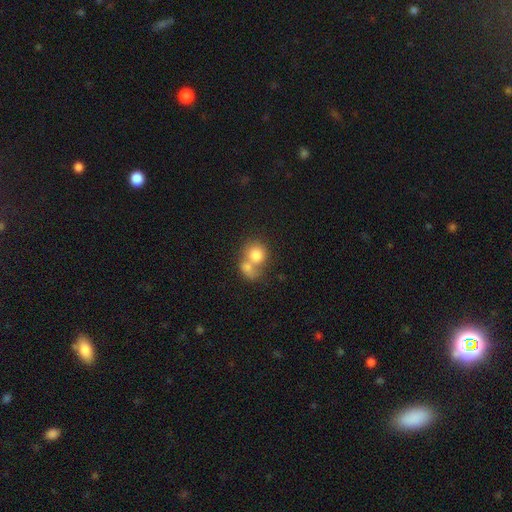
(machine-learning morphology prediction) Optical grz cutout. It shows a smooth galaxy with no disk features (76%) that is round (72%). Merging: merger (65%).